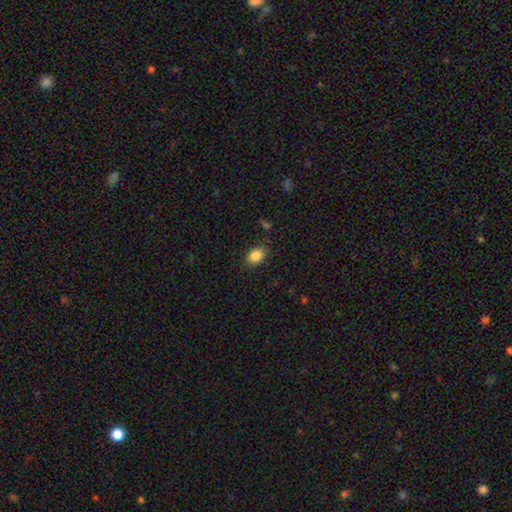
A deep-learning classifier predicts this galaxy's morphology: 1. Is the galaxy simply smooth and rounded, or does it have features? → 86% smooth, 9% star or artifact, 5% featured or disk.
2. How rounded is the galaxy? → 70% in between, 29% round, 1% cigar-shaped.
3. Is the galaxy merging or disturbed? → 83% none, 12% minor disturbance, 3% major disturbance, 1% merger.